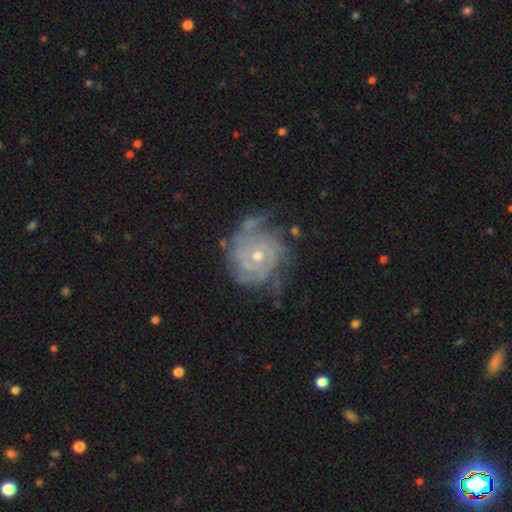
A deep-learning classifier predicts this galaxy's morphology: type=featured or disk (86%); edge-on=no (98%); bar=no (77%); spiral arms=yes (95%); winding=tight (71%); arm count=can't tell (31%); bulge=small (59%); merging=none (62%).